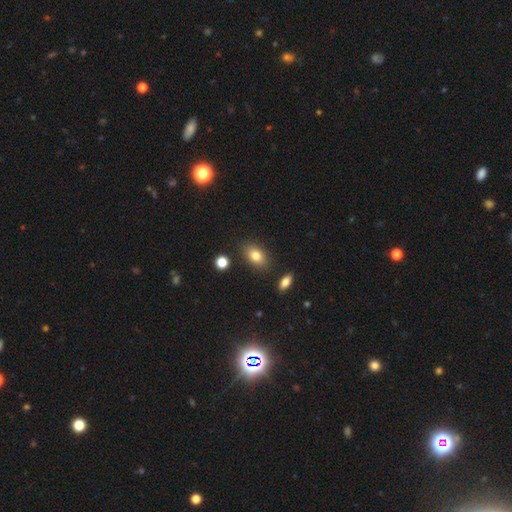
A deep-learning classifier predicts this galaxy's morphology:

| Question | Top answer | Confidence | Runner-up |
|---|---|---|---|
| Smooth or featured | smooth | 81% | featured or disk (10%) |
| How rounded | in between | 83% | round (14%) |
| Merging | none | 84% | minor disturbance (10%) |